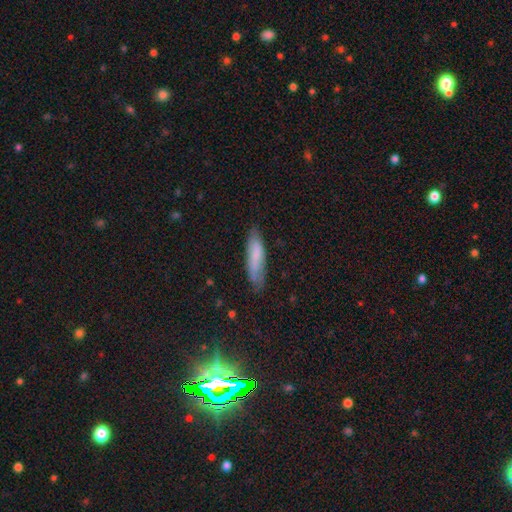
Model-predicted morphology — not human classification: smooth-or-featured: smooth: 73% | featured or disk: 20% | star or artifact: 7%
  how-rounded: cigar-shaped: 71% | in between: 28% | round: 1%
  merging: none: 73% | minor disturbance: 21% | major disturbance: 4% | merger: 2%